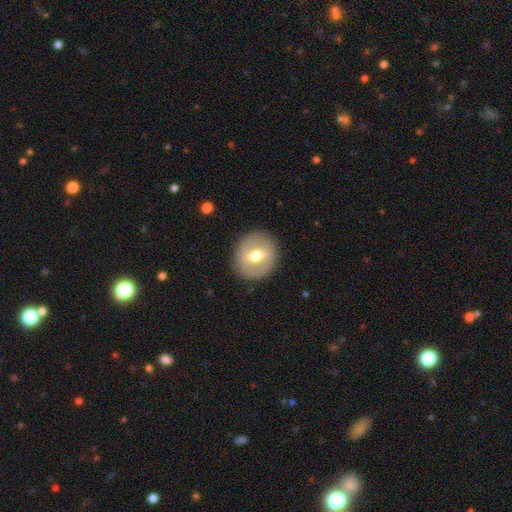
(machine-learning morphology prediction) The model was most divided on "smooth or featured": featured or disk: 49%, smooth: 44%, star or artifact: 7%. More confident: merging — none (86%).